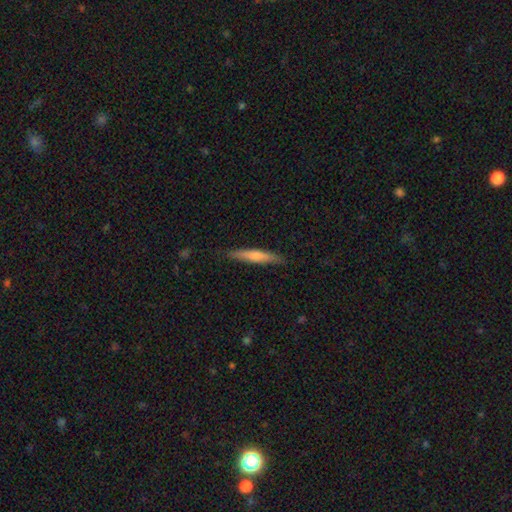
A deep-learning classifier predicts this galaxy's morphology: This is possibly a featured or disk galaxy (52%). It is clearly viewed edge-on (95%). Merging: clearly none (89%).